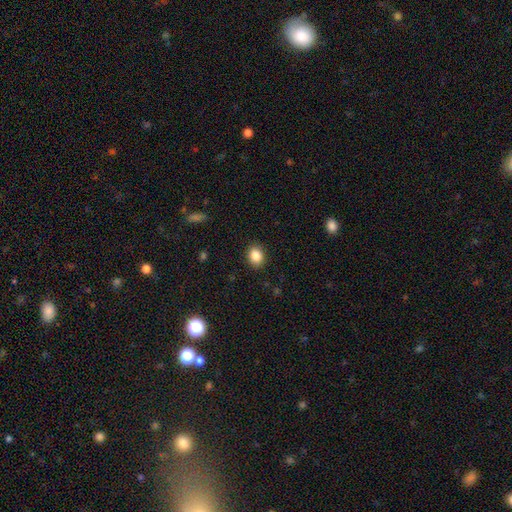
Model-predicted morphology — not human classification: This appears to be a smooth galaxy with no disk features (86%) that is in between round and cigar-shaped (54%). Merging: none (89%).